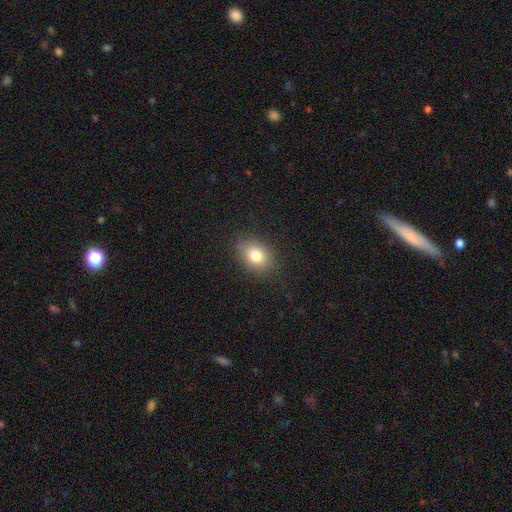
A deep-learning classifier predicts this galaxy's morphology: This is clearly a smooth galaxy (80%). How rounded: likely in between (71%). Merging: clearly none (86%).